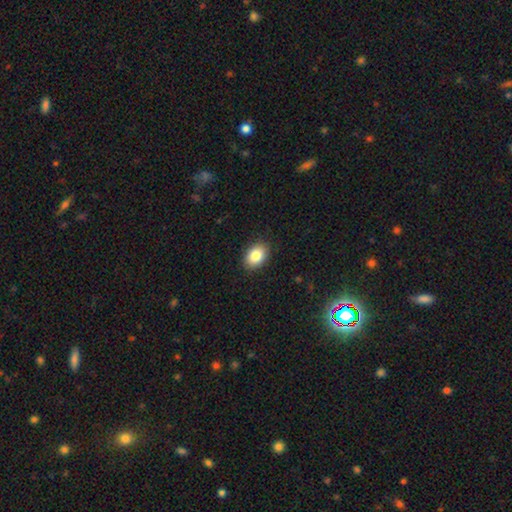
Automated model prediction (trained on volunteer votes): A smooth galaxy with no disk features (86%) that is in between round and cigar-shaped (80%). Merging: none (89%).